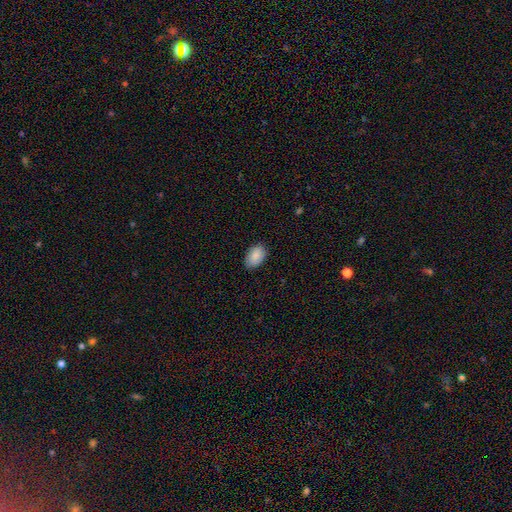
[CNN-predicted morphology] Smooth or featured?
  - smooth: 88% *
  - star or artifact: 6%
  - featured or disk: 5%
How rounded?
  - in between: 91% *
  - round: 8%
  - cigar-shaped: 1%
Merging?
  - none: 84% *
  - minor disturbance: 13%
  - major disturbance: 2%
  - merger: 1%